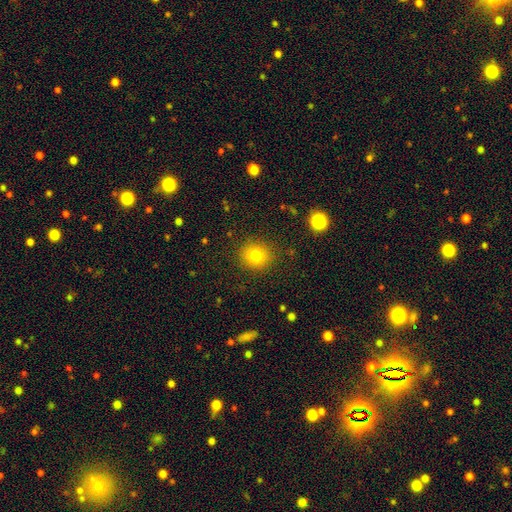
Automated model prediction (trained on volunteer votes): A smooth galaxy with no disk features (79%) that is round (84%).

Vote fractions:
- Smooth or featured? smooth: 79% / star or artifact: 13% / featured or disk: 8%
- How rounded? round: 84% / in between: 16% / cigar-shaped: 1%
- Merging? none: 88% / minor disturbance: 8% / major disturbance: 3% / merger: 1%